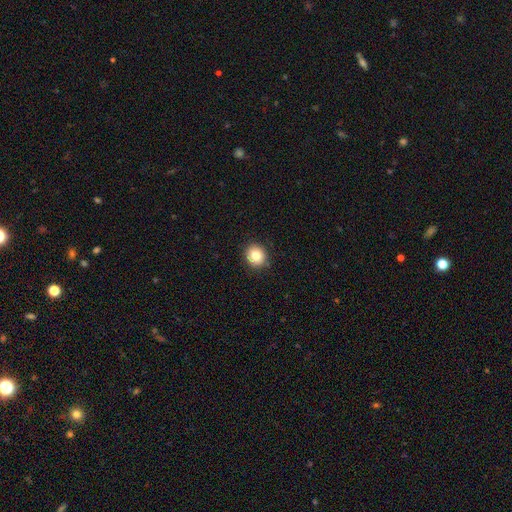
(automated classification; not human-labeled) Smooth or featured? smooth (81%)
How rounded? round (85%)
Merging? none (91%)